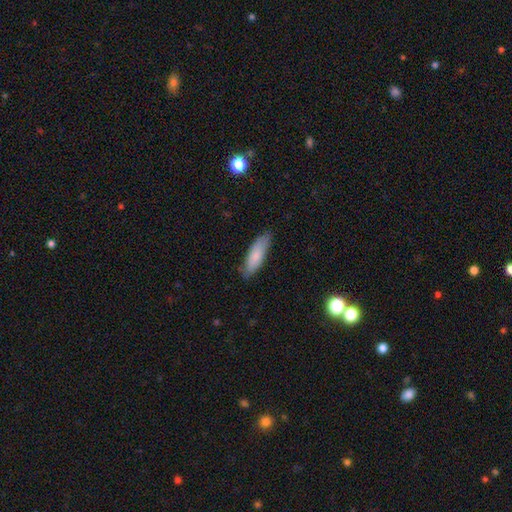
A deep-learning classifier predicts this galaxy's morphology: This is likely a smooth galaxy (79%). How rounded: possibly in between (54%). Merging: likely none (79%).